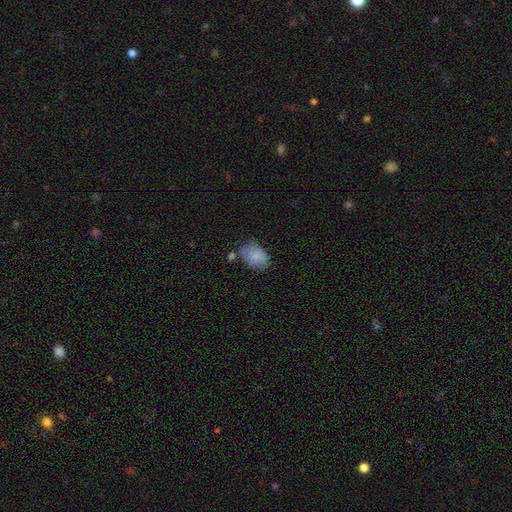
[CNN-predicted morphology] A smooth galaxy with no disk features (84%) that is in between round and cigar-shaped (88%). Merging: none (62%).